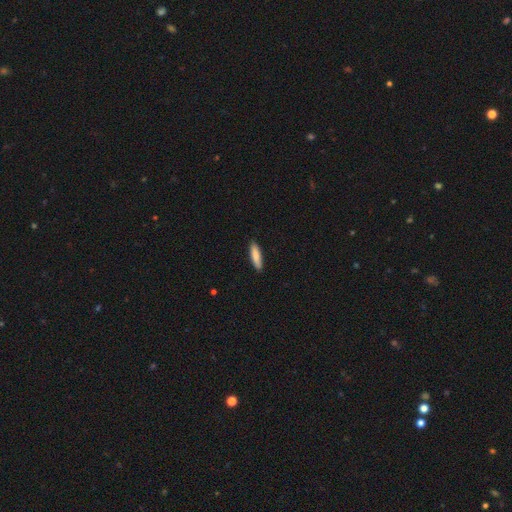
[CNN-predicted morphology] Smooth or featured: smooth — 85% (featured or disk — 10%)
How rounded: cigar-shaped — 69% (in between — 29%)
Merging: none — 89% (minor disturbance — 8%)